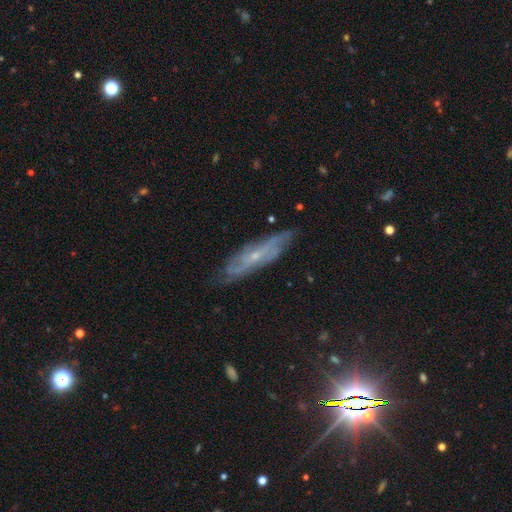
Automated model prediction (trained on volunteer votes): Smooth or featured? featured or disk (70%)
Edge-on disk? no (65%)
Merging? none (77%)